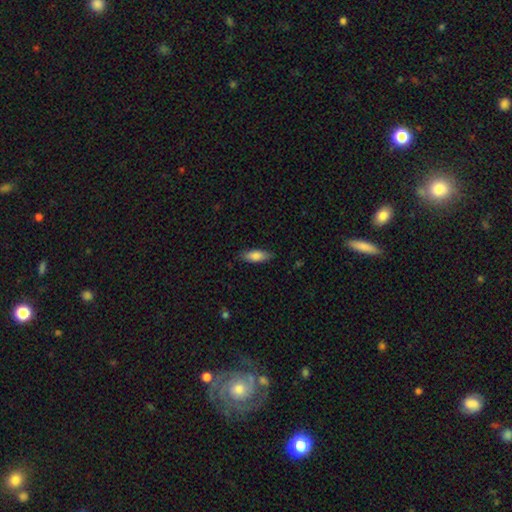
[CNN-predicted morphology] smooth-or-featured: smooth: 82% | featured or disk: 12% | star or artifact: 6%
  how-rounded: in between: 69% | cigar-shaped: 29% | round: 2%
  merging: none: 84% | minor disturbance: 13% | major disturbance: 2% | merger: 1%